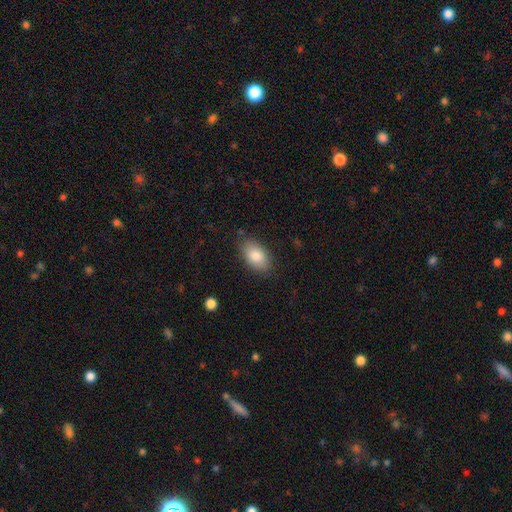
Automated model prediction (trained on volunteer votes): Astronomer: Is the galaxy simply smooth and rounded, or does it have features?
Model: smooth — 83%.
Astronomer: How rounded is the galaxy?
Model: in between — 92%.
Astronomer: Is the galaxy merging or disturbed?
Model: none — 82%.